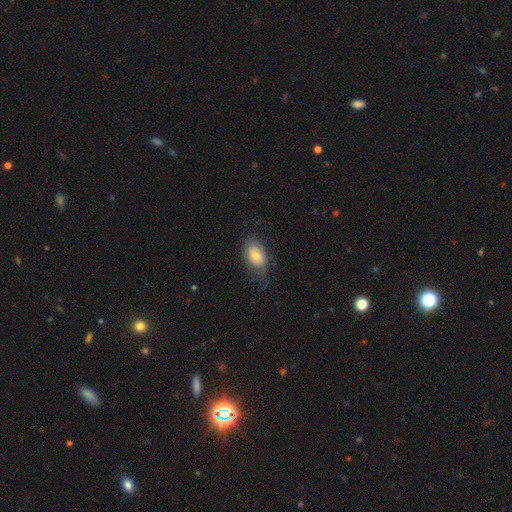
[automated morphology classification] Overall: smooth (67%). How rounded: in between (90%). Merging: none (55%; minor disturbance 30%).